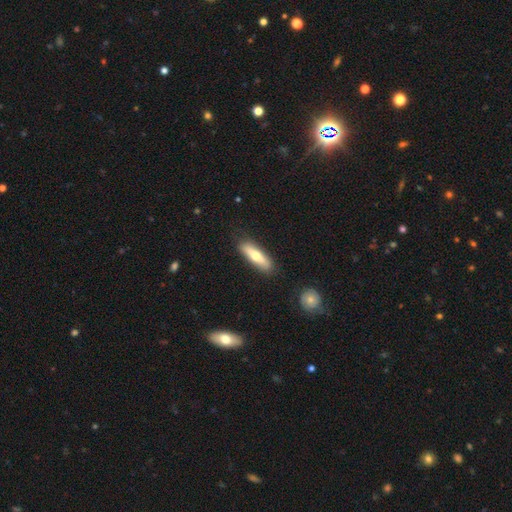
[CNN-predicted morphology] smooth-or-featured: smooth: 61% | featured or disk: 34% | star or artifact: 5%
  how-rounded: cigar-shaped: 65% | in between: 33% | round: 2%
  merging: none: 86% | minor disturbance: 10% | major disturbance: 2% | merger: 2%